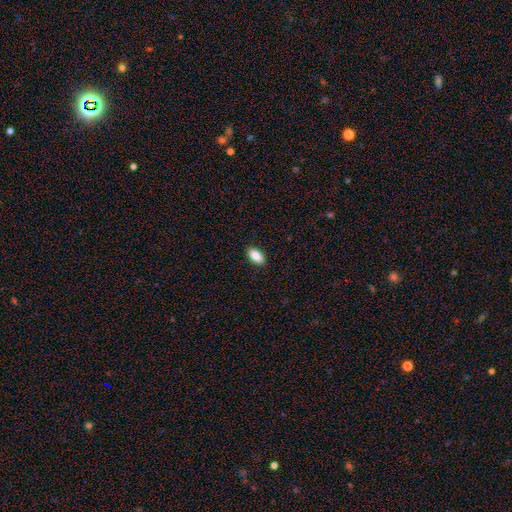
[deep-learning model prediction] Overall: smooth (86%). How rounded: in between (92%). Merging: none (90%).